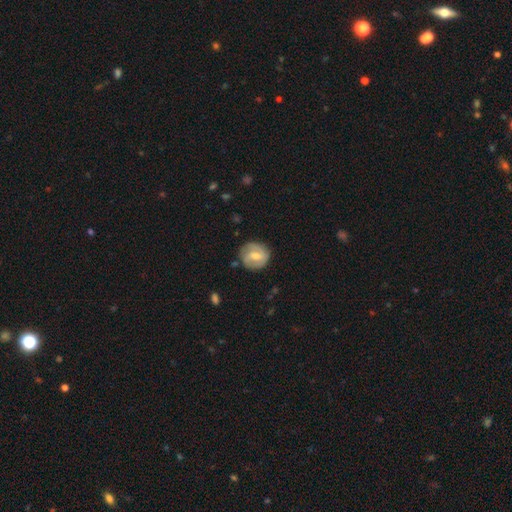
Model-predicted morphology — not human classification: A featured or disk galaxy (54%) with a weak bar (52%), spiral arms (76%) and a moderate central bulge (59%). Merging: none (77%).